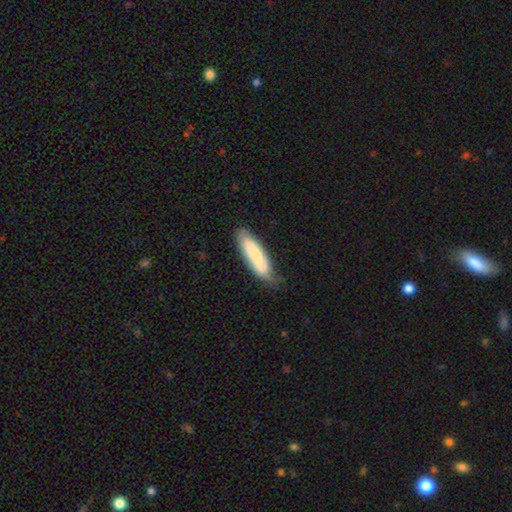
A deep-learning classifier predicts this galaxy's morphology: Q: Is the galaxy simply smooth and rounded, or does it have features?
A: smooth — 79%.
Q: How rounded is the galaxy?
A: cigar-shaped — 70%.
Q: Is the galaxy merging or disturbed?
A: none — 60%.